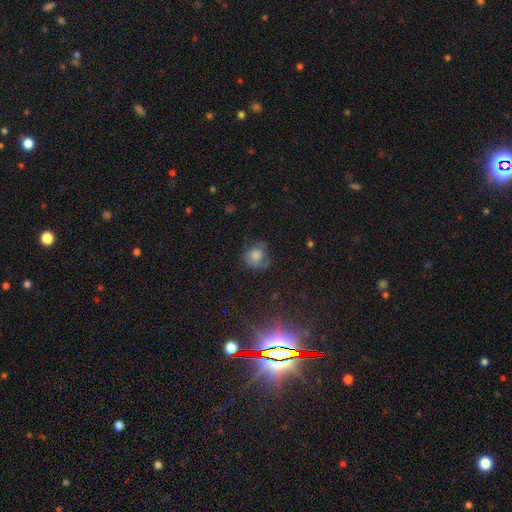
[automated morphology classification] smooth_or_featured: smooth (p=0.64) [alt: featured or disk p=0.24]
how_rounded: round (p=0.75) [alt: in between p=0.24]
merging: none (p=0.53) [alt: minor disturbance p=0.28]